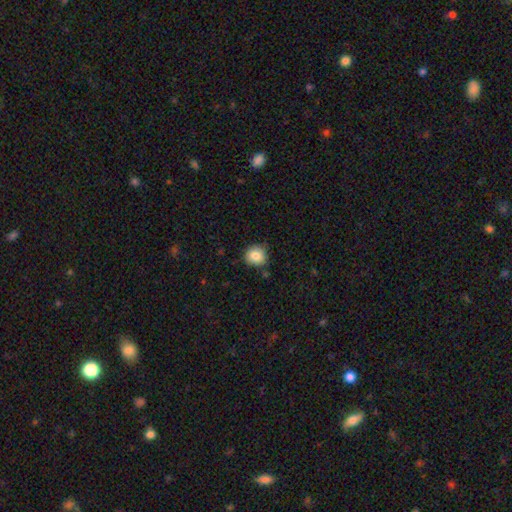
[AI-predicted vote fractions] Q: Smooth or featured?
A: smooth (85%); runner-up: star or artifact (9%)
Q: How rounded?
A: round (86%); runner-up: in between (13%)
Q: Merging?
A: none (81%); runner-up: minor disturbance (14%)